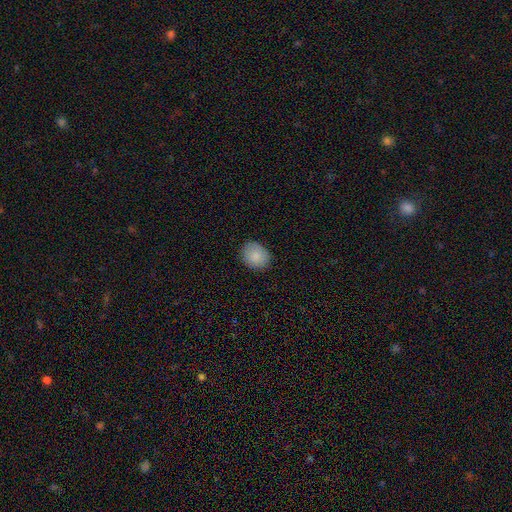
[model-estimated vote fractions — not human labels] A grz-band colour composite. It shows a smooth galaxy with no disk features (87%) that is round (59%). Merging: none (86%).